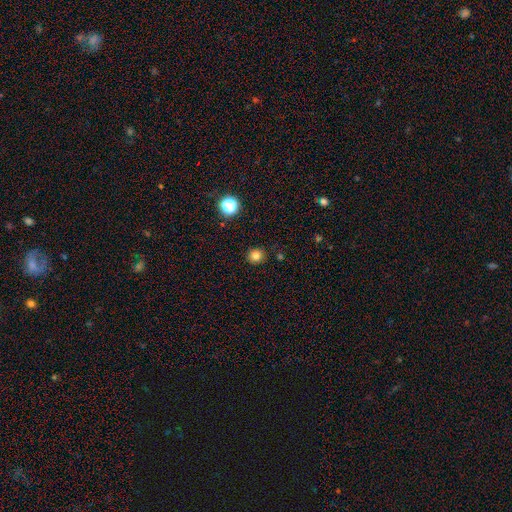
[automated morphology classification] type=smooth (80%); roundness=round (90%); merging=none (90%).